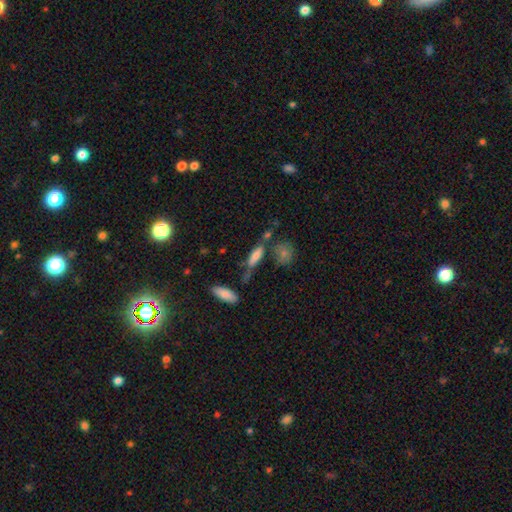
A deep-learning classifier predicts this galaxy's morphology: This appears to be a smooth galaxy with no disk features (68%) that is cigar-shaped (54%). Merging: none (54%).